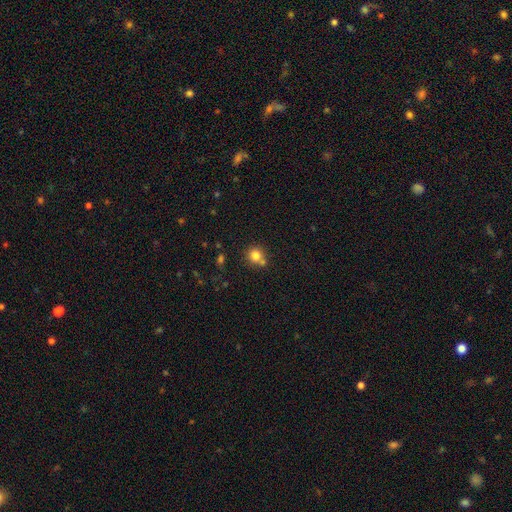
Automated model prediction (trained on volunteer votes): Smooth or featured?
  - smooth: 80% *
  - star or artifact: 12%
  - featured or disk: 8%
How rounded?
  - round: 89% *
  - in between: 10%
  - cigar-shaped: 1%
Merging?
  - none: 64% *
  - merger: 22%
  - minor disturbance: 10%
  - major disturbance: 3%